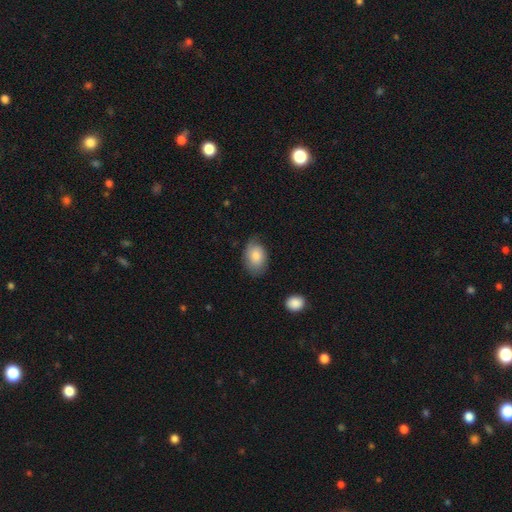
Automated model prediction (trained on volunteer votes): Smooth or featured: smooth — 80% (featured or disk — 14%)
How rounded: in between — 84% (round — 15%)
Merging: none — 65% (minor disturbance — 27%)